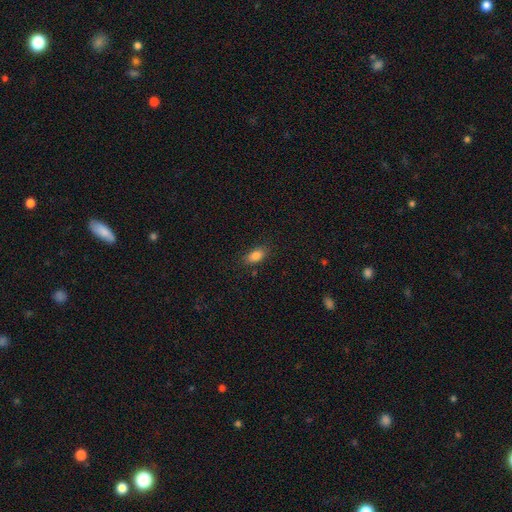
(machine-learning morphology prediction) This is clearly a smooth galaxy (84%). How rounded: clearly in between (87%). Merging: clearly none (83%).